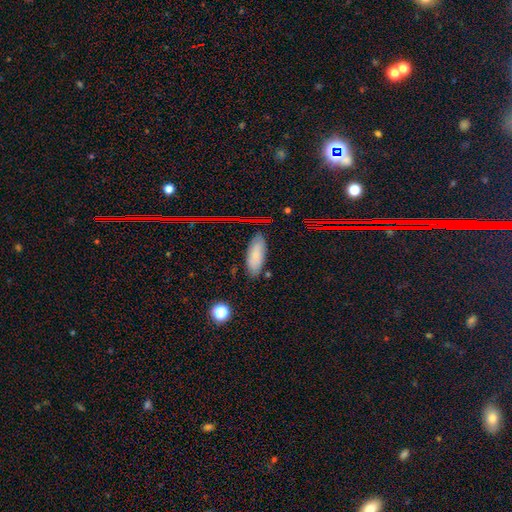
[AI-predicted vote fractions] smooth-or-featured: smooth: 69% | featured or disk: 19% | star or artifact: 12%
  how-rounded: in between: 75% | cigar-shaped: 22% | round: 2%
  merging: none: 80% | minor disturbance: 15% | major disturbance: 3% | merger: 2%